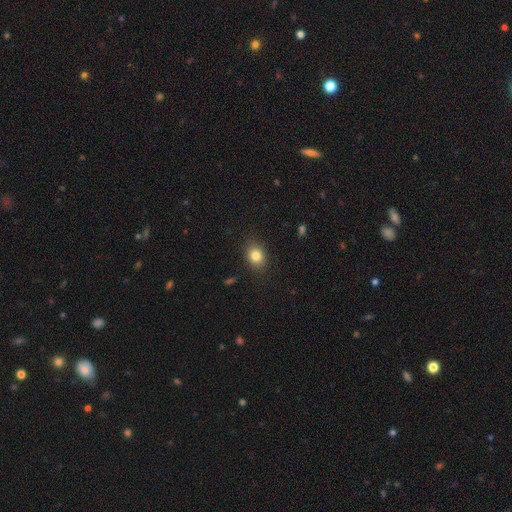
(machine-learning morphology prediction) type=smooth (82%); roundness=in between (55%); merging=none (86%).